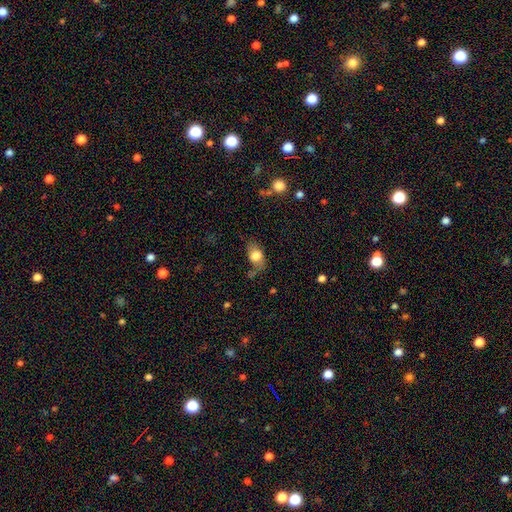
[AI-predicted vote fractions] The model was most divided on "merging": none: 49%, minor disturbance: 28%, major disturbance: 17%, merger: 5%. More confident: how rounded — in between (82%); smooth or featured — smooth (72%).